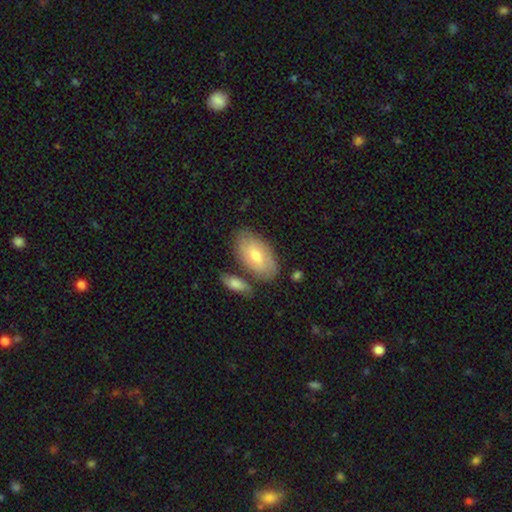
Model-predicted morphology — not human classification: A smooth galaxy with no disk features (64%) that is in between round and cigar-shaped (93%). Merging: none (71%).